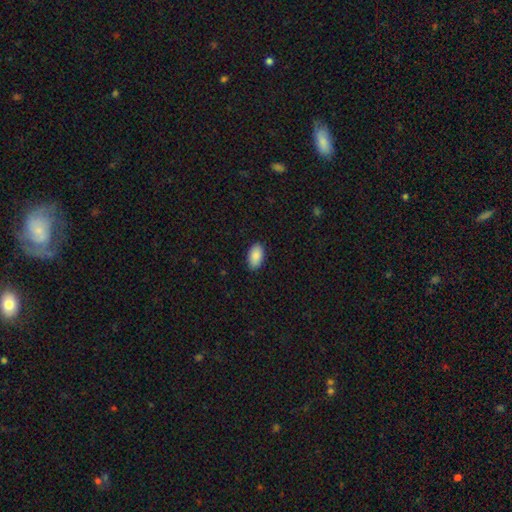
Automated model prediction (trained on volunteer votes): Smooth or featured?
  - smooth: 90% *
  - star or artifact: 6%
  - featured or disk: 4%
How rounded?
  - in between: 95% *
  - round: 3%
  - cigar-shaped: 2%
Merging?
  - none: 88% *
  - minor disturbance: 9%
  - major disturbance: 2%
  - merger: 1%